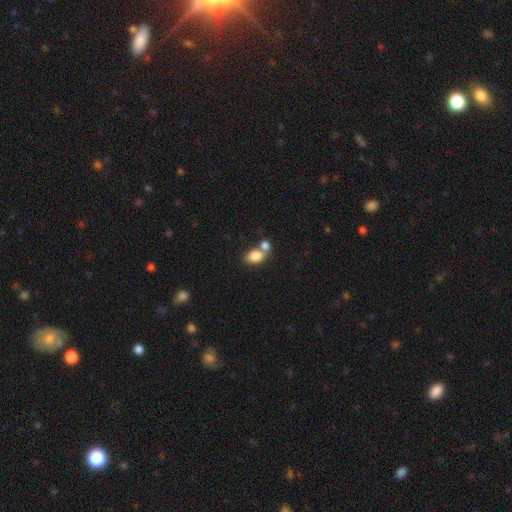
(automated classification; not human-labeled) Smooth or featured? Predicted: smooth (p=0.82). How rounded? Predicted: in between (p=0.82). Merging? Predicted: merger (p=0.46).